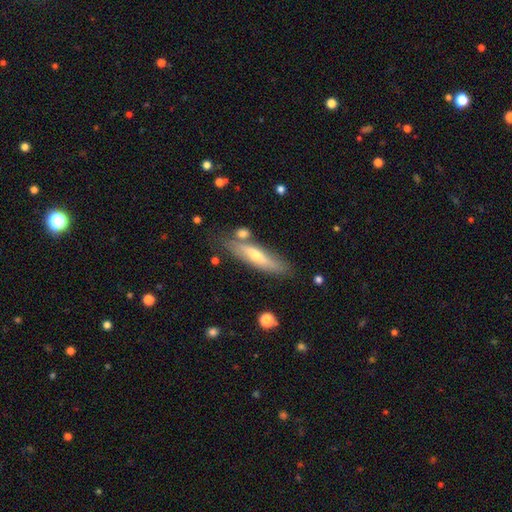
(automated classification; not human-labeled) Smooth or featured: featured or disk — 52% (smooth — 42%)
Edge-on disk: yes — 75% (no — 25%)
Merging: none — 74% (minor disturbance — 15%)